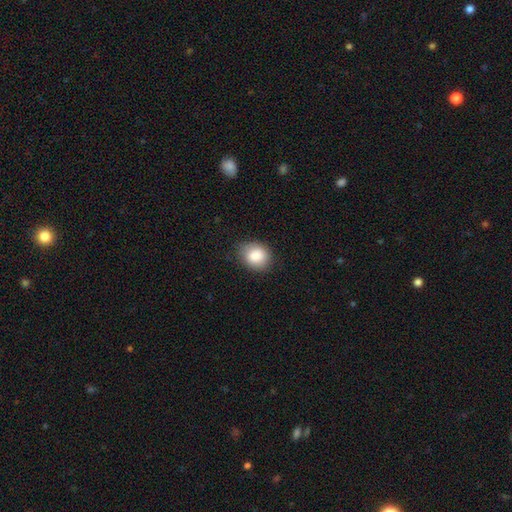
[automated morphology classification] smooth 86%, star or artifact 8%, featured or disk 6%. Down the decision tree: how rounded — round (56%); merging — none (80%).